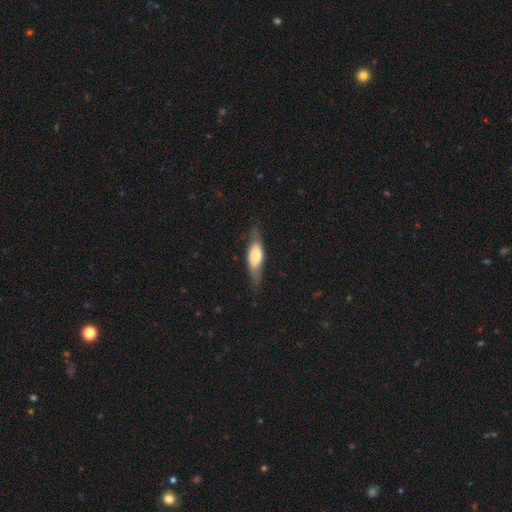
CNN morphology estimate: Smooth or featured? Predicted: smooth (p=0.56). How rounded? Predicted: in between (p=0.56). Merging? Predicted: none (p=0.76).